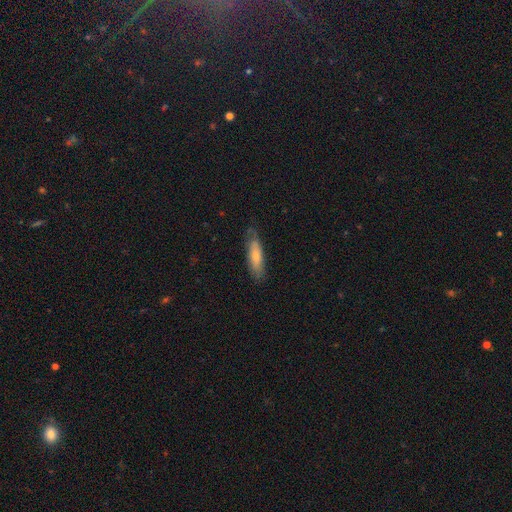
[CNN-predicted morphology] Smooth or featured: smooth — 70% (featured or disk — 25%)
How rounded: cigar-shaped — 64% (in between — 34%)
Merging: none — 73% (minor disturbance — 21%)